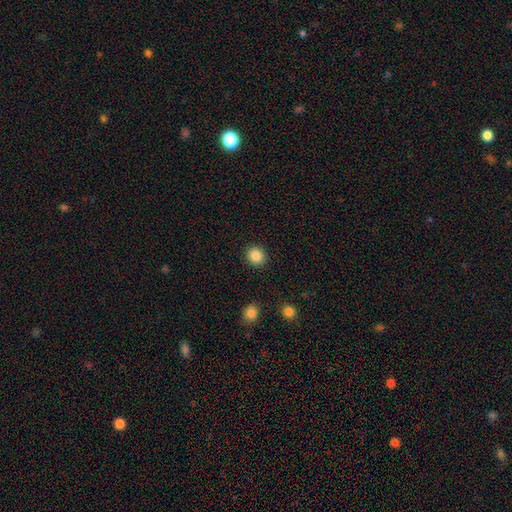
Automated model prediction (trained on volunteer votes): smooth 87%, star or artifact 9%, featured or disk 4%. Down the decision tree: how rounded — round (85%); merging — none (92%).